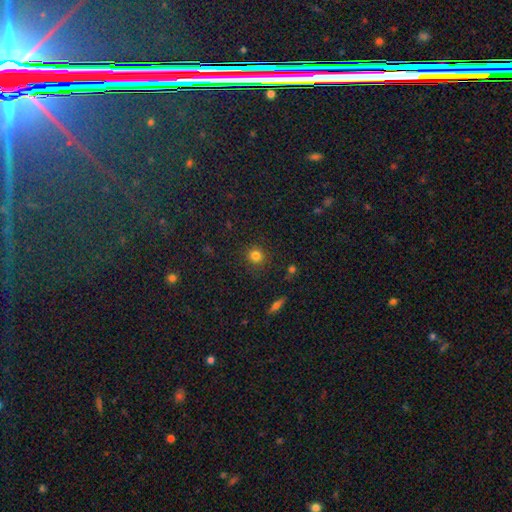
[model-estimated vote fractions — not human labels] Smooth or featured? Predicted: smooth (p=0.80). How rounded? Predicted: round (p=0.92). Merging? Predicted: none (p=0.88).